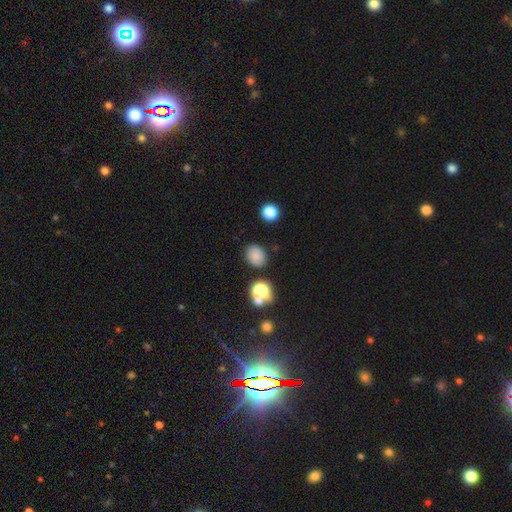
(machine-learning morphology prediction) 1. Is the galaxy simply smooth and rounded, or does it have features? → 78% smooth, 15% star or artifact, 7% featured or disk.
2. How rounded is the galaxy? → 50% in between, 49% round, 1% cigar-shaped.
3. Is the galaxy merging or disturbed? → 78% none, 14% minor disturbance, 5% merger, 4% major disturbance.